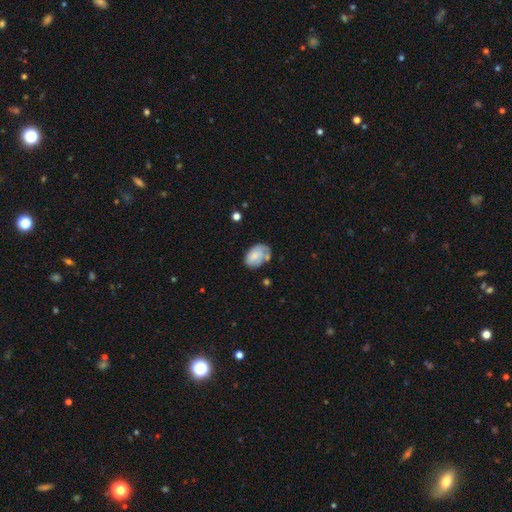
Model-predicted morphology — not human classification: This appears to be a smooth galaxy with no disk features (61%) that is in between round and cigar-shaped (85%). Merging: none (49%).